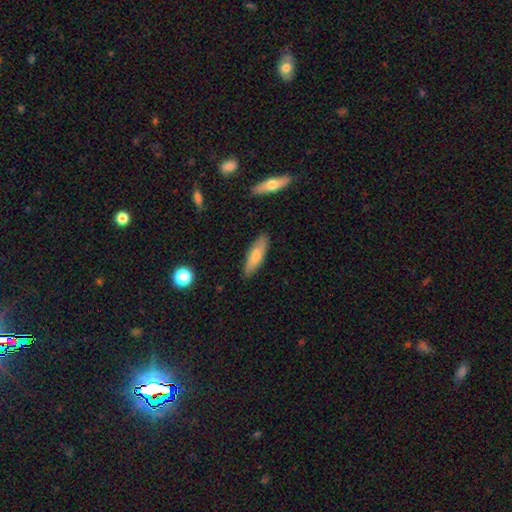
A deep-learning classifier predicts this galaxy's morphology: Smooth or featured: smooth — 67% (featured or disk — 26%)
How rounded: cigar-shaped — 58% (in between — 40%)
Merging: none — 87% (minor disturbance — 10%)